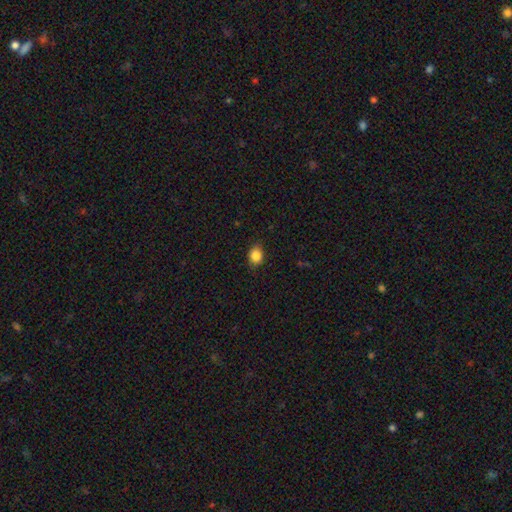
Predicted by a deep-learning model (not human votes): Q: Smooth or featured?
A: smooth (86%); runner-up: star or artifact (9%)
Q: How rounded?
A: in between (57%); runner-up: round (42%)
Q: Merging?
A: none (84%); runner-up: minor disturbance (13%)